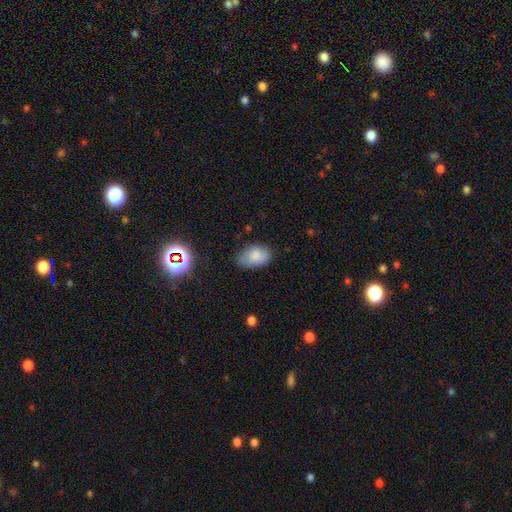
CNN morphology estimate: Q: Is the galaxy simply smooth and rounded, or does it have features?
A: smooth — 81%.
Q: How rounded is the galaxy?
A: in between — 89%.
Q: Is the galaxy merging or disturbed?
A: none — 69%.